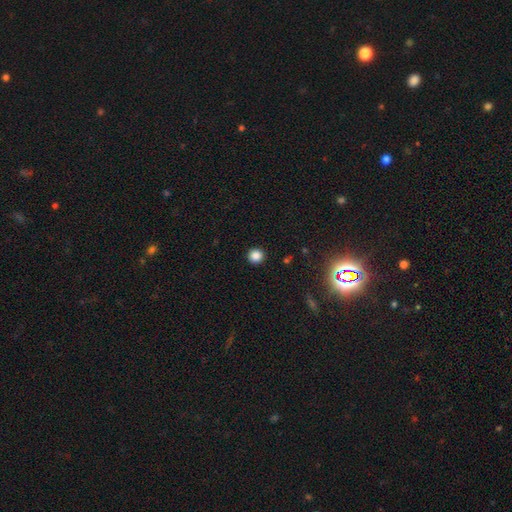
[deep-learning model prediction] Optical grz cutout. It shows a smooth galaxy with no disk features (85%) that is round (95%). Merging: none (93%).